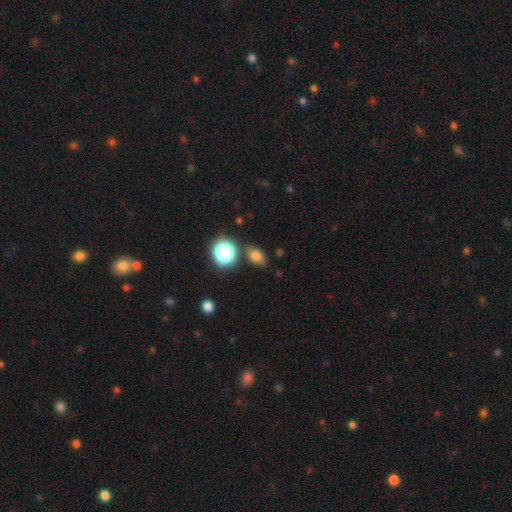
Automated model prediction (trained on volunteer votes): smooth-or-featured: smooth: 74% | star or artifact: 17% | featured or disk: 9%
  how-rounded: in between: 75% | round: 23% | cigar-shaped: 2%
  merging: none: 79% | minor disturbance: 12% | merger: 5% | major disturbance: 3%